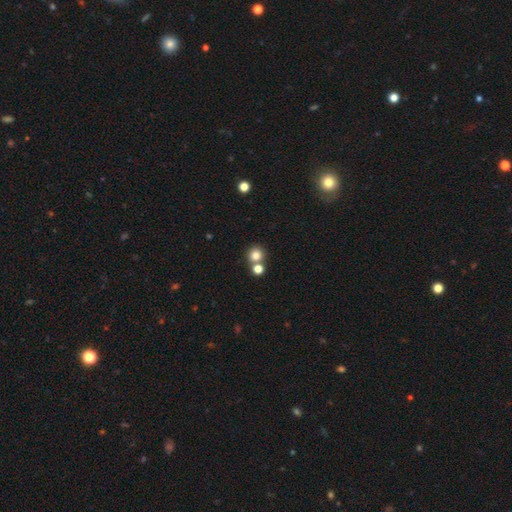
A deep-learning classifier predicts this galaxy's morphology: Q: Smooth or featured?
A: smooth (80%); runner-up: star or artifact (13%)
Q: How rounded?
A: round (90%); runner-up: in between (9%)
Q: Merging?
A: none (63%); runner-up: merger (27%)